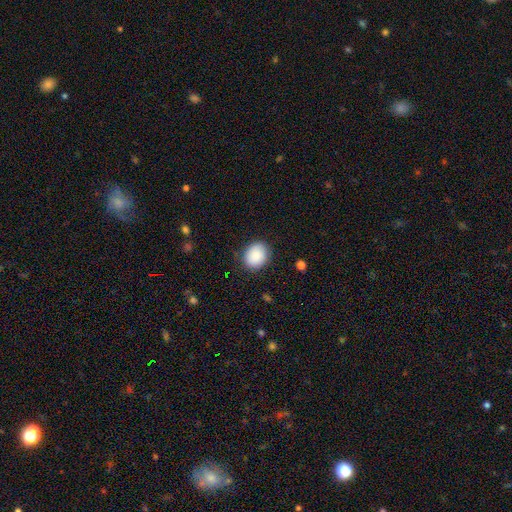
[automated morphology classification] The model was most divided on "how rounded": round: 55%, in between: 44%, cigar-shaped: 1%. More confident: smooth or featured — smooth (89%); merging — none (86%).